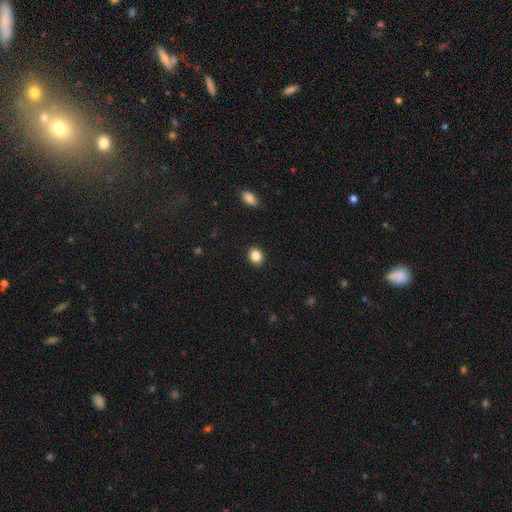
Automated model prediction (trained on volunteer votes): A smooth galaxy with no disk features (86%) that is round (66%). Merging: none (91%).